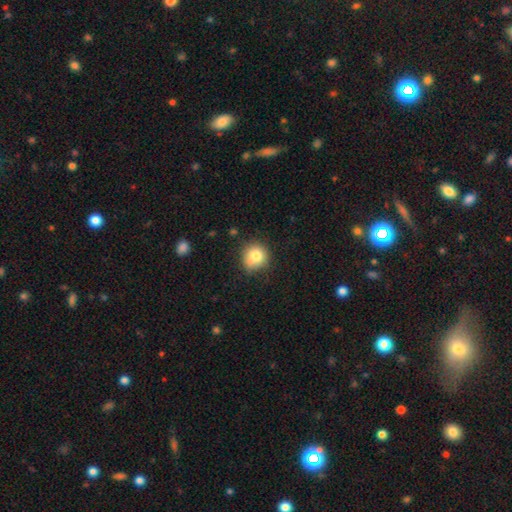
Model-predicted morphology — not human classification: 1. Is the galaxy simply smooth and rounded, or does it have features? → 79% smooth, 11% featured or disk, 10% star or artifact.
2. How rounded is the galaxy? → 86% round, 13% in between, 1% cigar-shaped.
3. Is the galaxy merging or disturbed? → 65% none, 23% minor disturbance, 7% merger, 5% major disturbance.